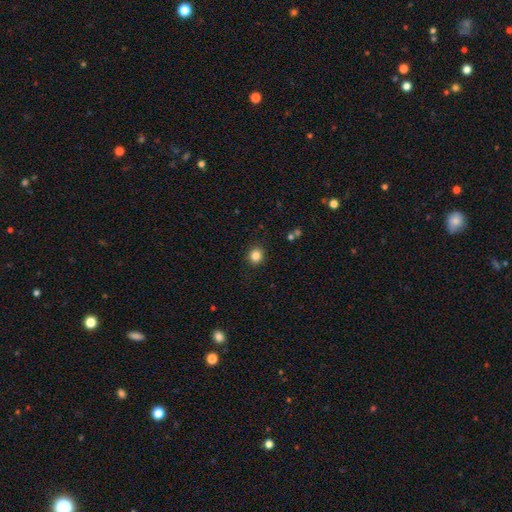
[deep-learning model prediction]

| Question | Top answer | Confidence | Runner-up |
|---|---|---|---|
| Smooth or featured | smooth | 84% | star or artifact (11%) |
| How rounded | round | 85% | in between (15%) |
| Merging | none | 90% | minor disturbance (7%) |